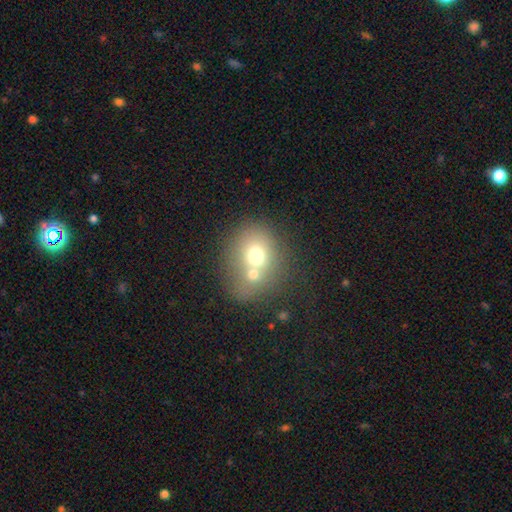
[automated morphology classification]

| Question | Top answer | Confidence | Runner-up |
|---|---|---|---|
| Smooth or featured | smooth | 67% | featured or disk (21%) |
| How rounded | round | 68% | in between (31%) |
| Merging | merger | 53% | none (34%) |